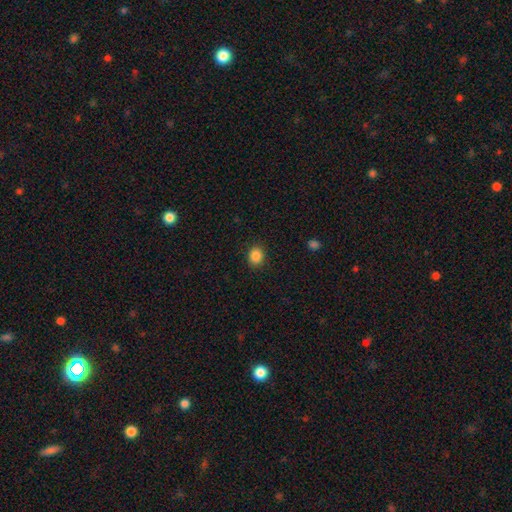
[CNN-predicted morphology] Q: Smooth or featured?
A: smooth (87%); runner-up: star or artifact (10%)
Q: How rounded?
A: round (60%); runner-up: in between (40%)
Q: Merging?
A: none (89%); runner-up: minor disturbance (7%)